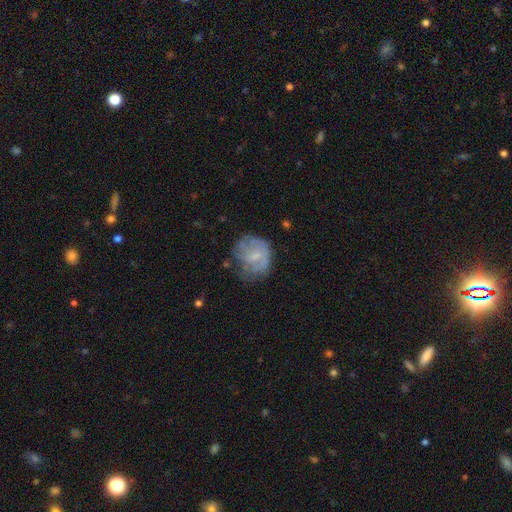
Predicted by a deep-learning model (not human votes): Smooth or featured? Predicted: featured or disk (p=0.51). Edge-on disk? Predicted: no (p=0.98). Merging? Predicted: none (p=0.46).